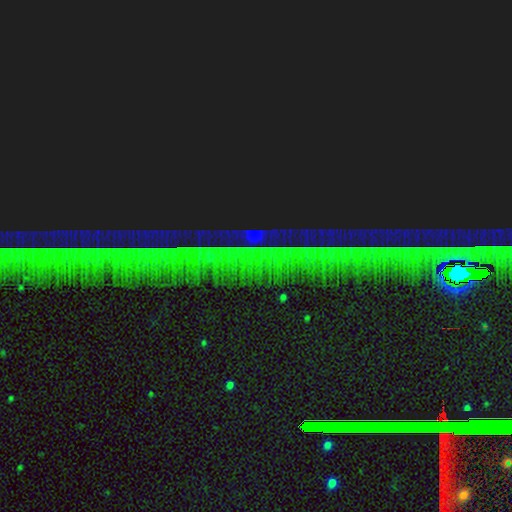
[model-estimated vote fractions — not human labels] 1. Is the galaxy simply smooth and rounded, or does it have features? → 86% star or artifact, 8% featured or disk, 6% smooth.